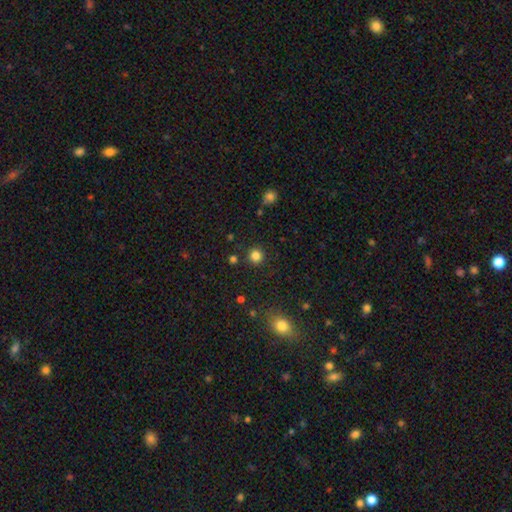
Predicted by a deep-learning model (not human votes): smooth 83%, star or artifact 13%, featured or disk 4%. Down the decision tree: how rounded — round (93%); merging — none (89%).